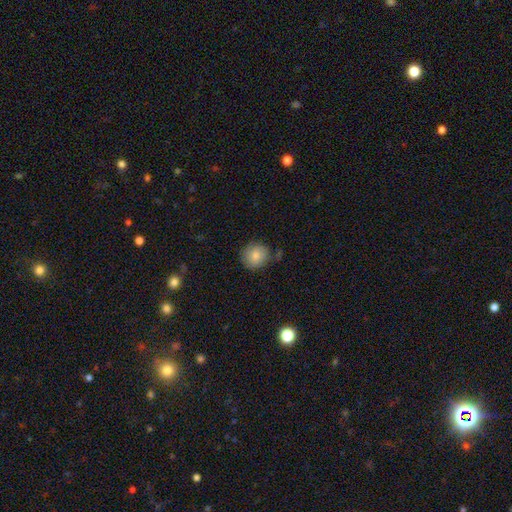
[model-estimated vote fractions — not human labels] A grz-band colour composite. It shows a smooth galaxy with no disk features (84%) that is round (88%). Merging: none (75%).